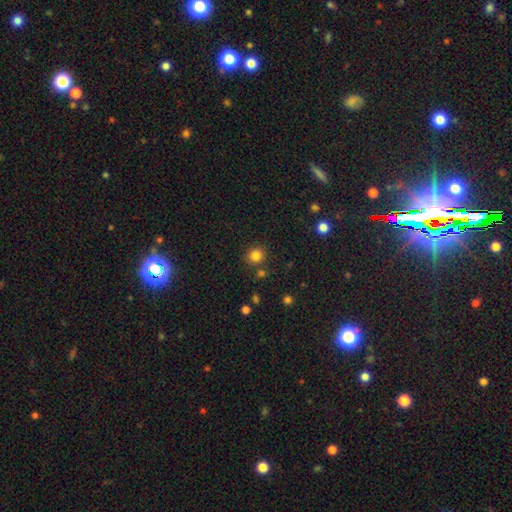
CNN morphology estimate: A smooth galaxy with no disk features (83%) that is round (89%). Merging: none (84%).